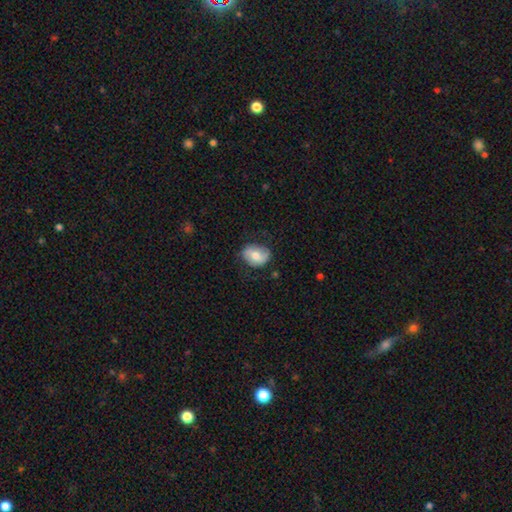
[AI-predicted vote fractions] A smooth galaxy with no disk features (64%) that is in between round and cigar-shaped (63%). Merging: none (69%).